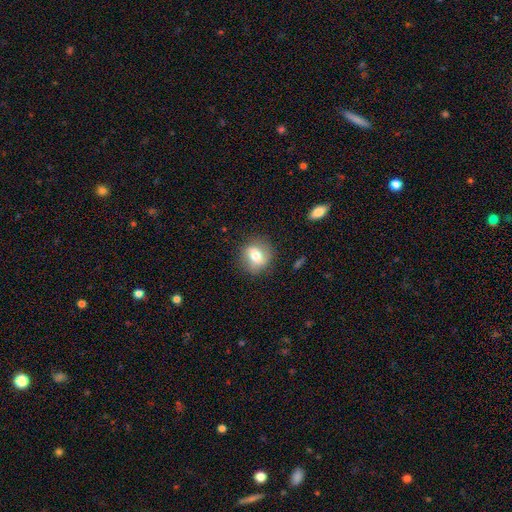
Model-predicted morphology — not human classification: smooth_or_featured: smooth (p=0.64) [alt: featured or disk p=0.27]
how_rounded: round (p=0.72) [alt: in between p=0.27]
merging: none (p=0.81) [alt: minor disturbance p=0.13]